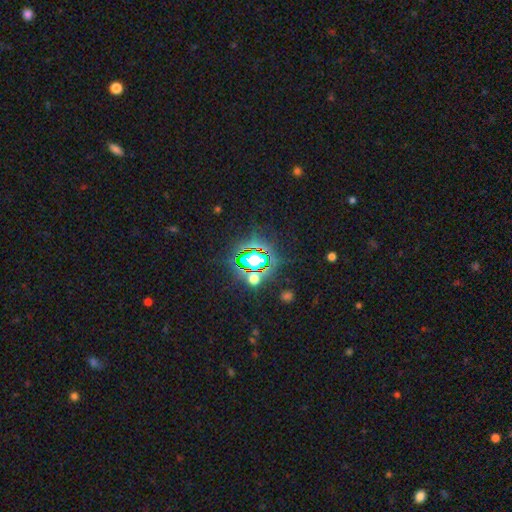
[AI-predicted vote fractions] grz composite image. It shows a star or artifact, not a galaxy (80%).